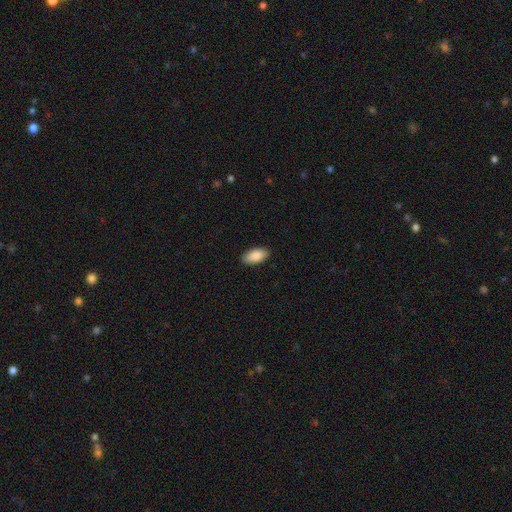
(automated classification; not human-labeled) smooth_or_featured: smooth (p=0.89) [alt: star or artifact p=0.06]
how_rounded: in between (p=0.94) [alt: cigar-shaped p=0.04]
merging: none (p=0.89) [alt: minor disturbance p=0.08]